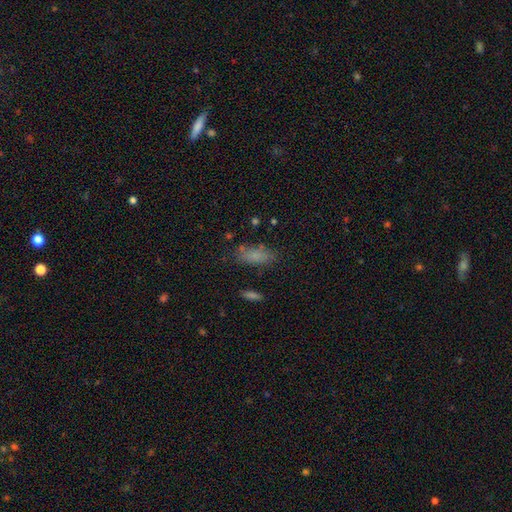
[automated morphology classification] Q: Smooth or featured?
A: smooth (78%); runner-up: star or artifact (11%)
Q: How rounded?
A: in between (78%); runner-up: cigar-shaped (18%)
Q: Merging?
A: none (72%); runner-up: minor disturbance (17%)